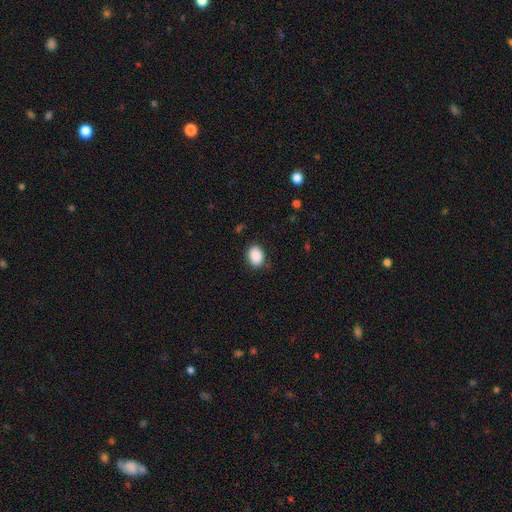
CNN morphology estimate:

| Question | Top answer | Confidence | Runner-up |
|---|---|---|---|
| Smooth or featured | smooth | 89% | star or artifact (8%) |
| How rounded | in between | 68% | round (31%) |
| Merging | none | 84% | minor disturbance (12%) |